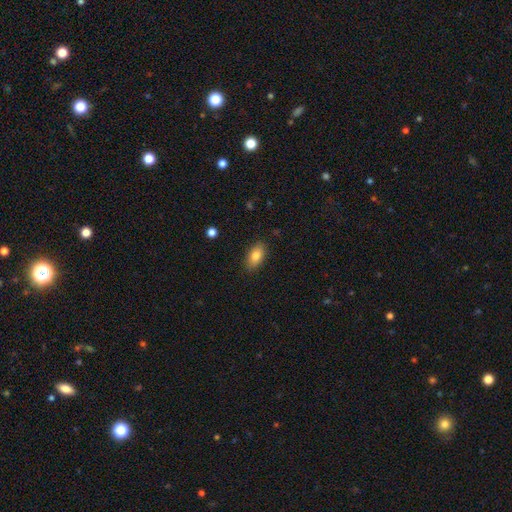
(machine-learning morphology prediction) Smooth or featured: smooth — 81% (featured or disk — 11%)
How rounded: in between — 90% (round — 5%)
Merging: none — 87% (minor disturbance — 10%)